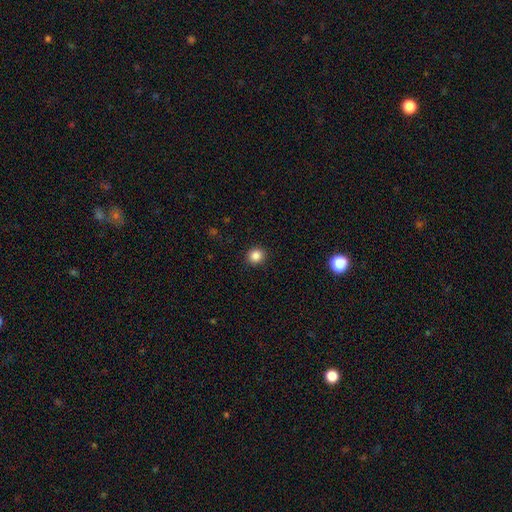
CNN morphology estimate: This is clearly a smooth galaxy (85%). How rounded: clearly round (90%). Merging: clearly none (92%).